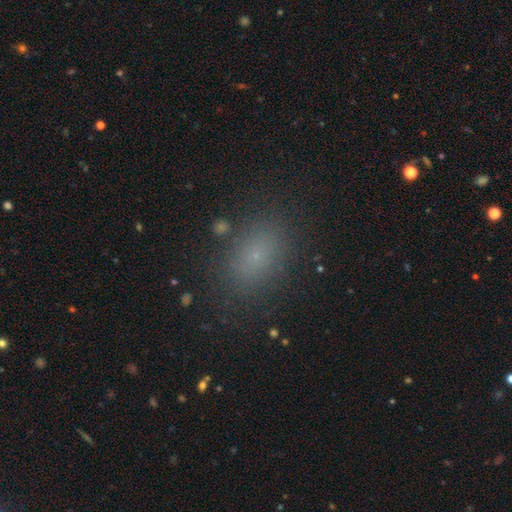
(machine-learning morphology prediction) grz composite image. It shows a smooth galaxy with no disk features (72%) that is in between round and cigar-shaped (79%). Merging: none (85%).